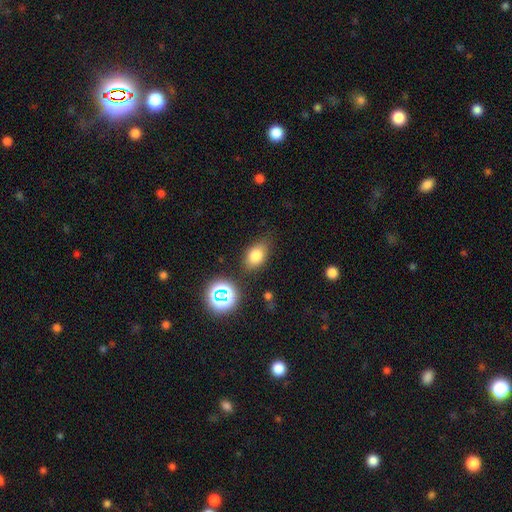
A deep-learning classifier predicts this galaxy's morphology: A smooth galaxy with no disk features (76%) that is in between round and cigar-shaped (79%).

Vote fractions:
- Smooth or featured? smooth: 76% / star or artifact: 14% / featured or disk: 9%
- How rounded? in between: 79% / round: 19% / cigar-shaped: 2%
- Merging? none: 76% / minor disturbance: 16% / major disturbance: 4% / merger: 3%